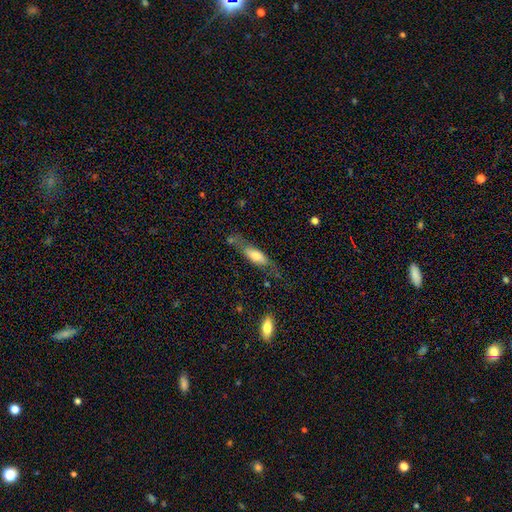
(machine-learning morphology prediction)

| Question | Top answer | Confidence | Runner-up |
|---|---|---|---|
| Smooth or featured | smooth | 56% | featured or disk (37%) |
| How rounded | in between | 55% | cigar-shaped (42%) |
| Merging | none | 51% | minor disturbance (26%) |